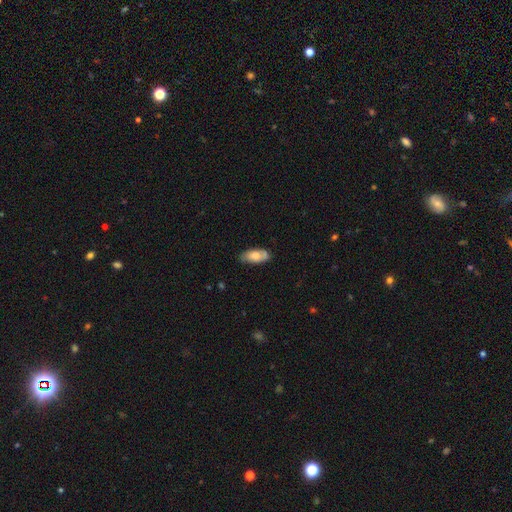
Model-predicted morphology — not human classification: type=smooth (66%); roundness=in between (87%); merging=none (72%).